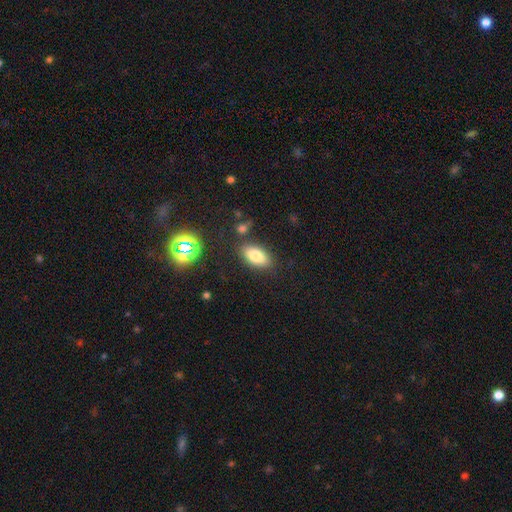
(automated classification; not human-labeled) smooth-or-featured: smooth: 78% | featured or disk: 11% | star or artifact: 10%
  how-rounded: in between: 87% | cigar-shaped: 8% | round: 5%
  merging: none: 82% | minor disturbance: 11% | merger: 3% | major disturbance: 3%